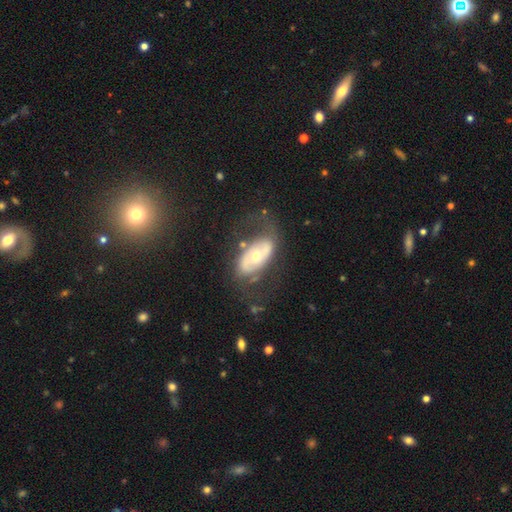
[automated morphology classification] featured or disk 68%, smooth 27%, star or artifact 6%. Down the decision tree: edge-on disk — no (91%); bar — no (70%); spiral arms — yes (54%); bulge size — moderate (66%); merging — none (55%).